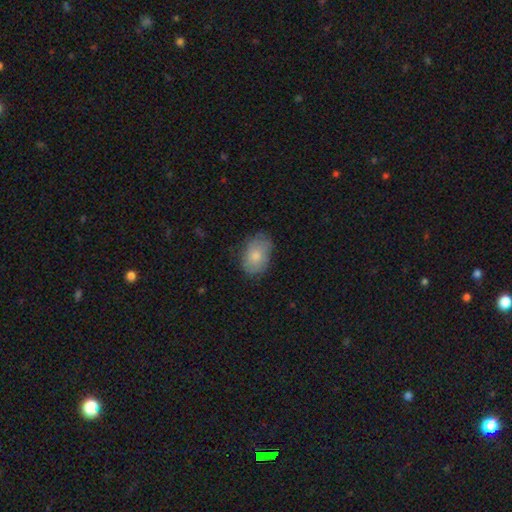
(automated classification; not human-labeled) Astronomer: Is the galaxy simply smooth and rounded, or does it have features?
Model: smooth — 76%.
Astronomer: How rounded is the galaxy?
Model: in between — 83%.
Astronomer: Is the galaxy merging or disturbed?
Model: none — 69%.